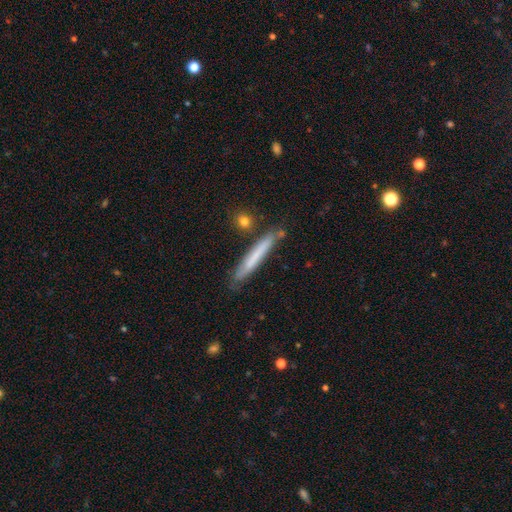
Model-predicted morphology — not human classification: Smooth or featured: smooth — 62% (featured or disk — 32%)
How rounded: cigar-shaped — 95% (in between — 3%)
Merging: none — 78% (minor disturbance — 16%)